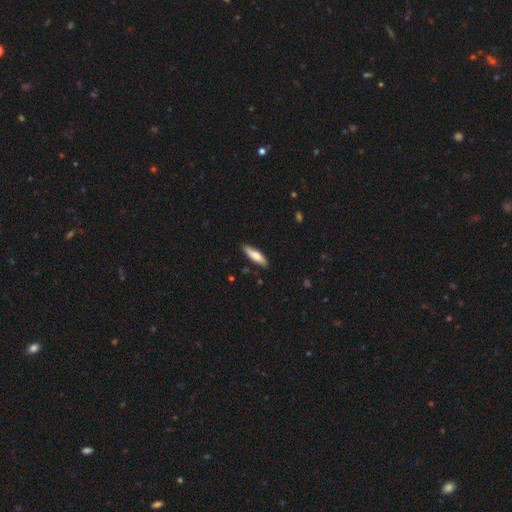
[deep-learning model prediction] Smooth or featured? Predicted: smooth (p=0.75). How rounded? Predicted: cigar-shaped (p=0.65). Merging? Predicted: none (p=0.85).